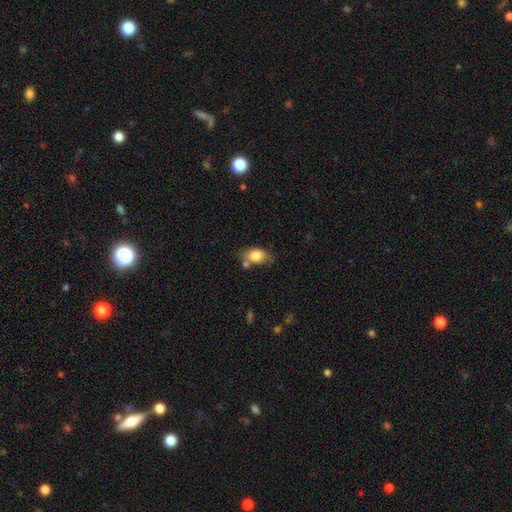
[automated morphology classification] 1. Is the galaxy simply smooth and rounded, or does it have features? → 81% smooth, 11% featured or disk, 8% star or artifact.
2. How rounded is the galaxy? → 82% in between, 16% round, 2% cigar-shaped.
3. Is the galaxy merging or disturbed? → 57% none, 22% minor disturbance, 14% merger, 6% major disturbance.